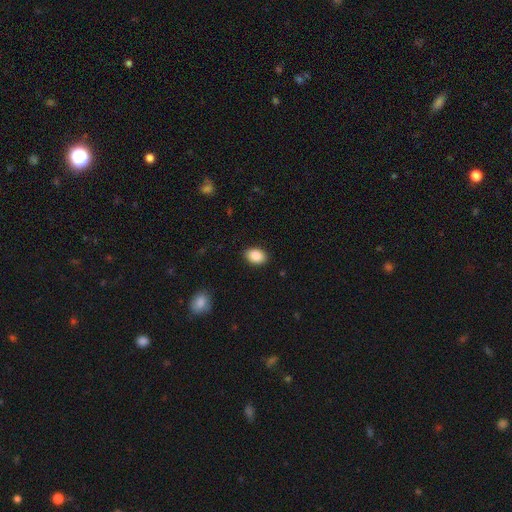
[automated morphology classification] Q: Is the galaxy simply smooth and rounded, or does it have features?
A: smooth — 88%.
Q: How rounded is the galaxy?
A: in between — 81%.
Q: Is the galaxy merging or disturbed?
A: none — 89%.